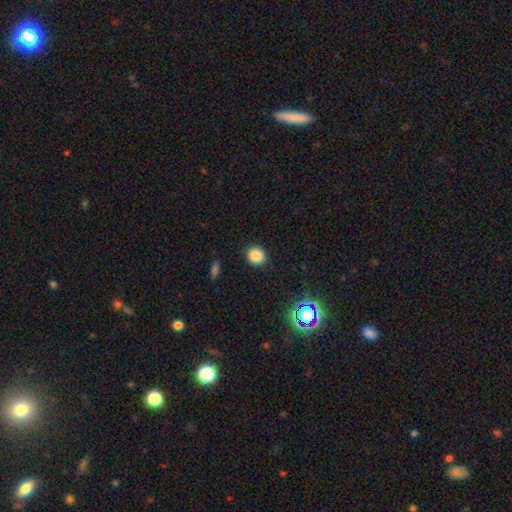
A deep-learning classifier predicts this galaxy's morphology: smooth 84%, star or artifact 12%, featured or disk 4%. Down the decision tree: how rounded — round (77%); merging — none (90%).